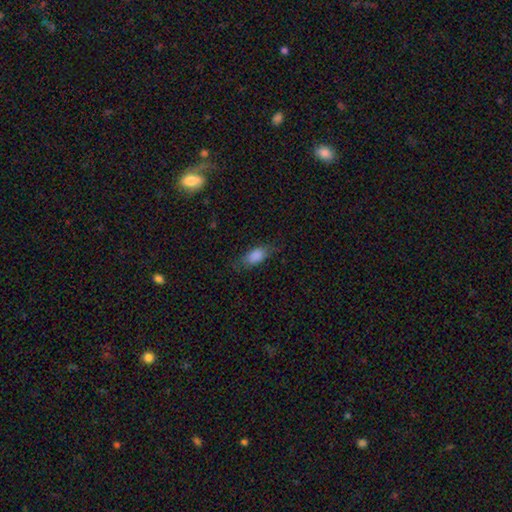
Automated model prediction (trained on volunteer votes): Smooth or featured: smooth — 84% (featured or disk — 8%)
How rounded: in between — 86% (cigar-shaped — 10%)
Merging: none — 72% (minor disturbance — 20%)